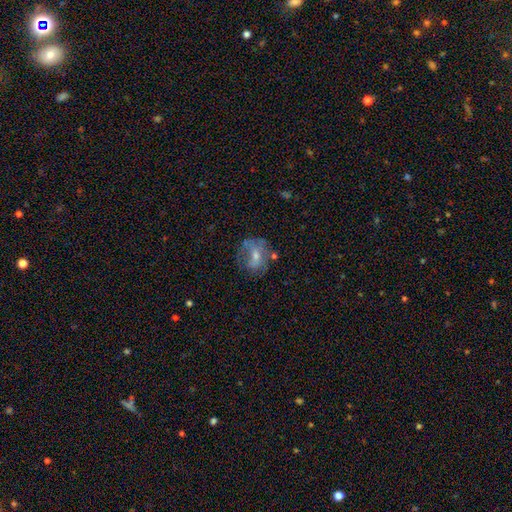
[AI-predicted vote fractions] The model was most divided on "smooth or featured": featured or disk: 51%, smooth: 36%, star or artifact: 13%. More confident: edge-on disk — no (95%); merging — none (58%).